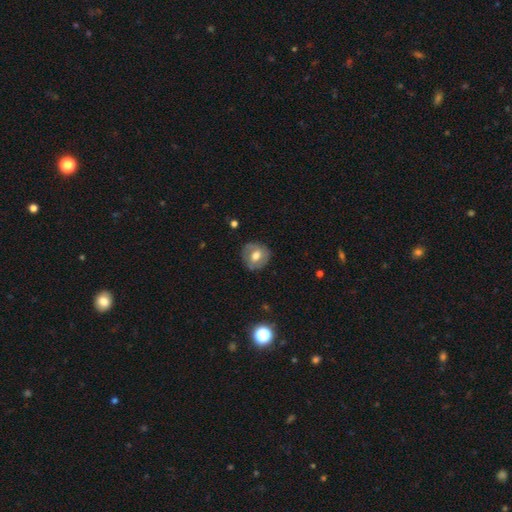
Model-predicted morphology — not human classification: Q: Smooth or featured?
A: smooth (59%); runner-up: featured or disk (33%)
Q: How rounded?
A: round (80%); runner-up: in between (19%)
Q: Merging?
A: none (80%); runner-up: minor disturbance (15%)